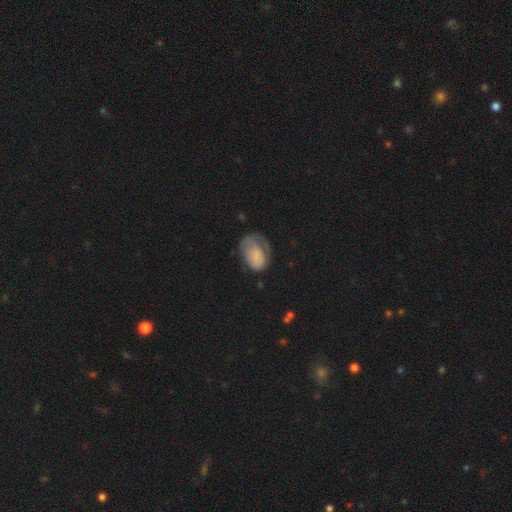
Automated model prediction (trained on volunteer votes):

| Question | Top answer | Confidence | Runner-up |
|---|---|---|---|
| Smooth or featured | smooth | 57% | featured or disk (35%) |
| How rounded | in between | 80% | round (18%) |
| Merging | none | 35% | major disturbance (32%) |